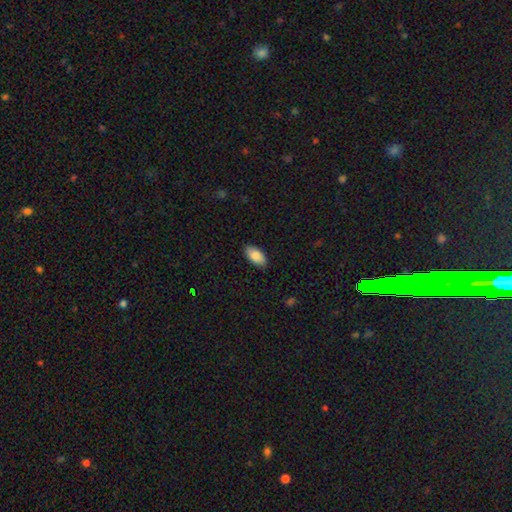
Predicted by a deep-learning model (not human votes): A smooth galaxy with no disk features (86%) that is in between round and cigar-shaped (93%). Merging: none (86%).